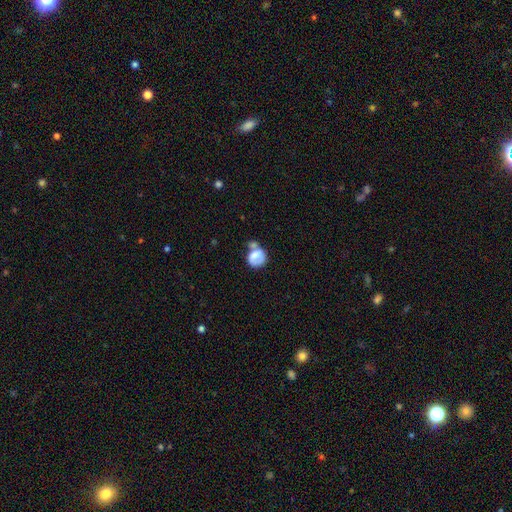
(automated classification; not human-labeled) smooth_or_featured: smooth (p=0.71) [alt: featured or disk p=0.22]
how_rounded: round (p=0.71) [alt: in between p=0.28]
merging: merger (p=0.36) [alt: none p=0.35]